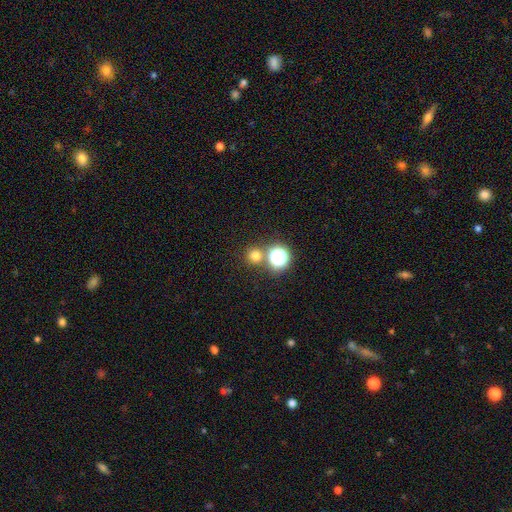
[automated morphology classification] Overall: smooth (69%). How rounded: round (93%). Merging: none (76%).